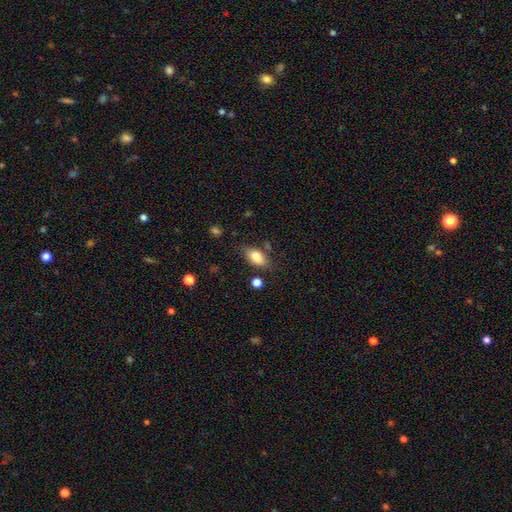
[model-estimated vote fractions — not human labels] smooth 80%, featured or disk 12%, star or artifact 8%. Down the decision tree: how rounded — in between (87%); merging — none (72%).